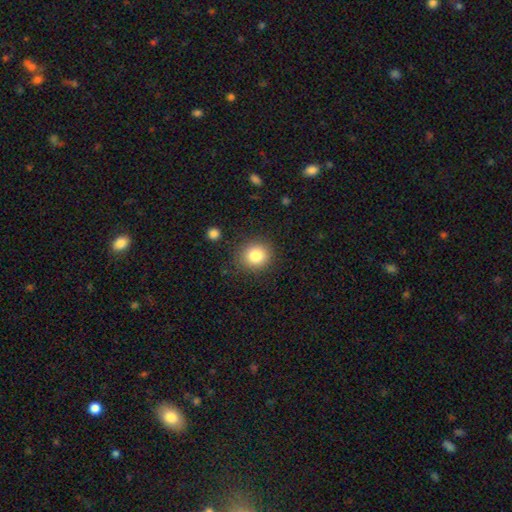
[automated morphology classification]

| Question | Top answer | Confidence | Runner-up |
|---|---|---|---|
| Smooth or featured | smooth | 82% | star or artifact (11%) |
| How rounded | round | 86% | in between (13%) |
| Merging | none | 87% | minor disturbance (8%) |